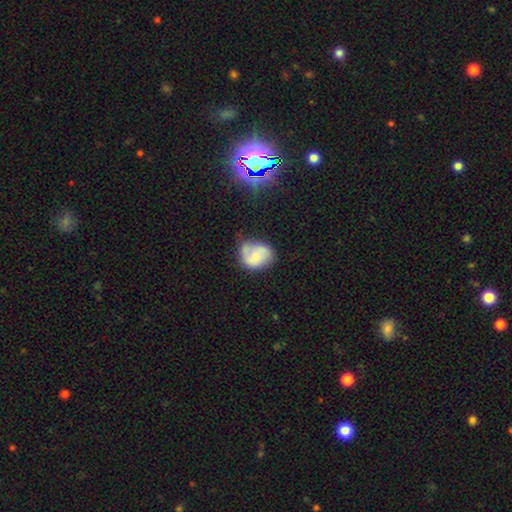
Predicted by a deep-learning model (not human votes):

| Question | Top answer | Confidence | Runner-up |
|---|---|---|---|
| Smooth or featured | smooth | 46% | featured or disk (45%) |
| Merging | none | 48% | minor disturbance (32%) |